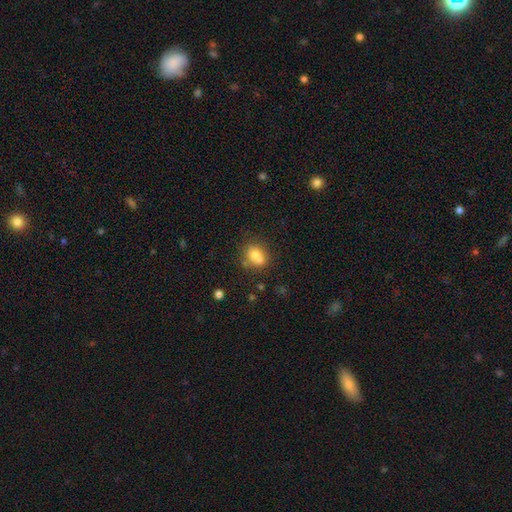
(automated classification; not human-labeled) The model was most divided on "how rounded": in between: 54%, round: 44%, cigar-shaped: 2%. Remaining: smooth or featured — smooth (74%); merging — none (48%).